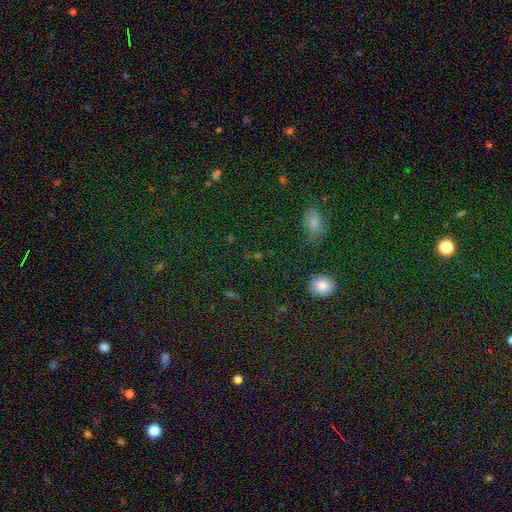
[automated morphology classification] Smooth or featured: smooth — 50% (star or artifact — 42%)
Merging: none — 80% (minor disturbance — 11%)